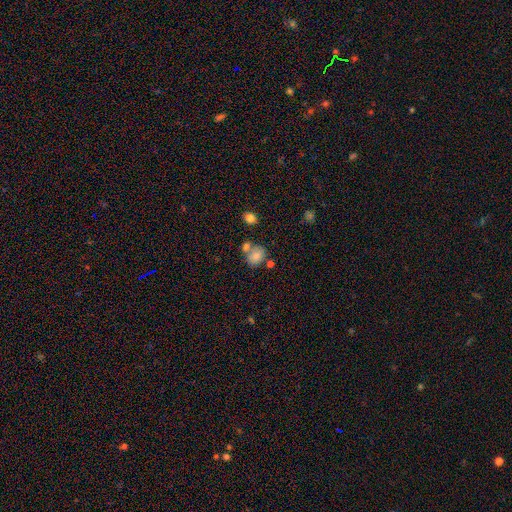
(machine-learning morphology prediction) This is likely a smooth galaxy (79%). How rounded: possibly round (52%). Merging: possibly none (47%).